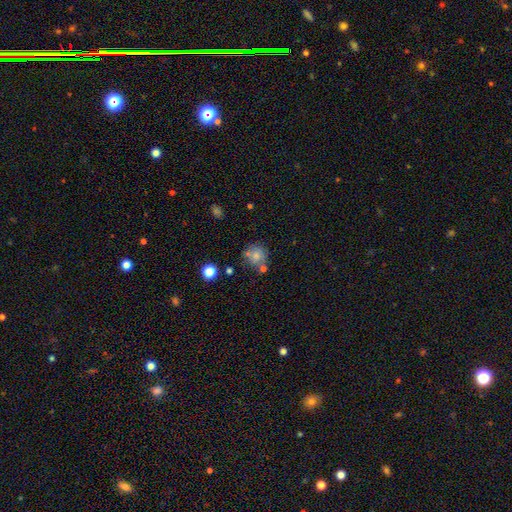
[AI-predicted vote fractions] Smooth or featured: smooth — 74% (featured or disk — 14%)
How rounded: round — 87% (in between — 12%)
Merging: none — 62% (merger — 16%)